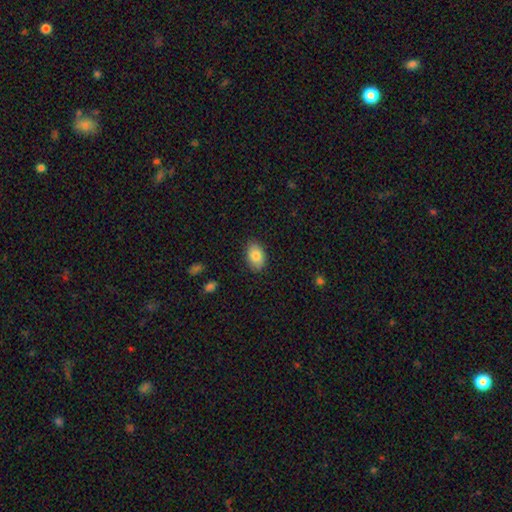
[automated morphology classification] type=smooth (83%); roundness=in between (87%); merging=none (86%).